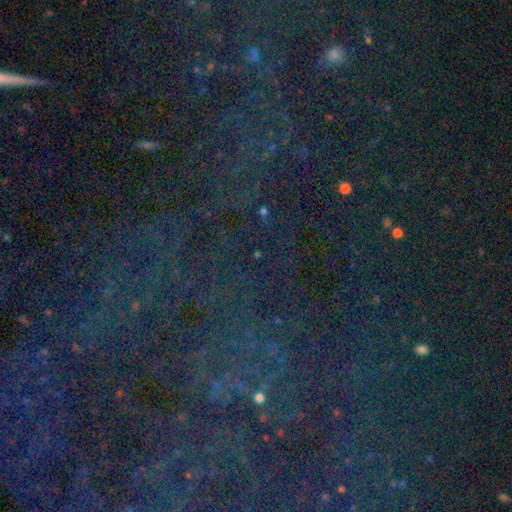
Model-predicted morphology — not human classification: type=star or artifact (82%).